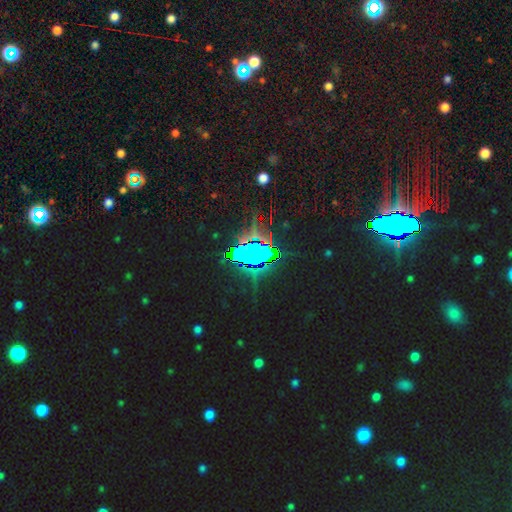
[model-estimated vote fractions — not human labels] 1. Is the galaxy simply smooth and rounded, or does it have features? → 78% star or artifact, 11% smooth, 11% featured or disk.